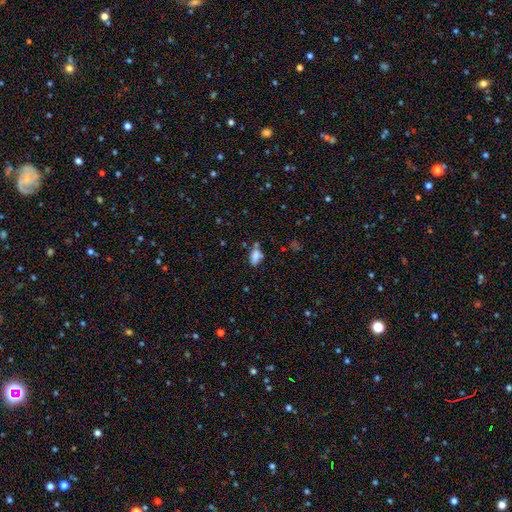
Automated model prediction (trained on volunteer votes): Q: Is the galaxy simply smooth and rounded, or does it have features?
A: smooth — 80%.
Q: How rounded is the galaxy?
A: in between — 88%.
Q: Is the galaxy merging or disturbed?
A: none — 55%.